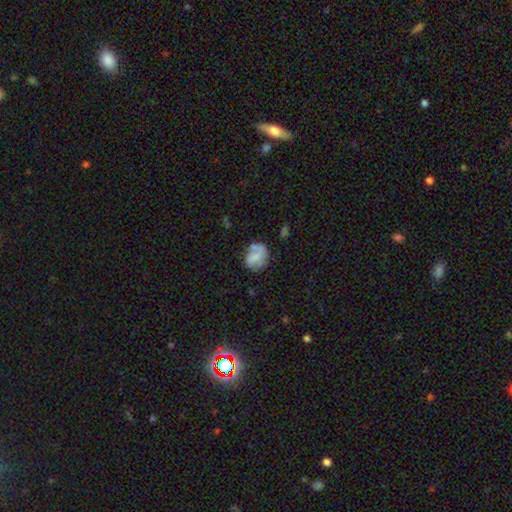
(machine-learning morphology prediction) smooth_or_featured: smooth (p=0.51) [alt: featured or disk p=0.40]
how_rounded: round (p=0.58) [alt: in between p=0.41]
merging: none (p=0.57) [alt: minor disturbance p=0.25]